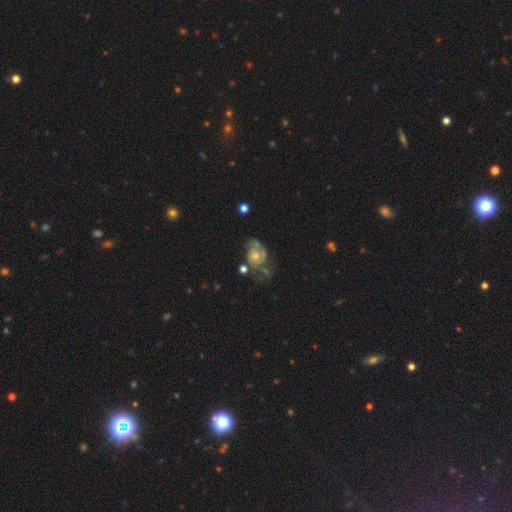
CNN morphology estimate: smooth-or-featured: featured or disk: 68% | smooth: 23% | star or artifact: 9%
  disk-edge-on: no: 97% | yes: 3%
    bar: no: 80% | weak: 17% | strong: 3%
    has-spiral-arms: yes: 73% | no: 27%
    bulge-size: moderate: 47% | small: 40% | none: 6% | large: 5% | dominant: 1%
  merging: none: 32% | major disturbance: 31% | minor disturbance: 24% | merger: 13%